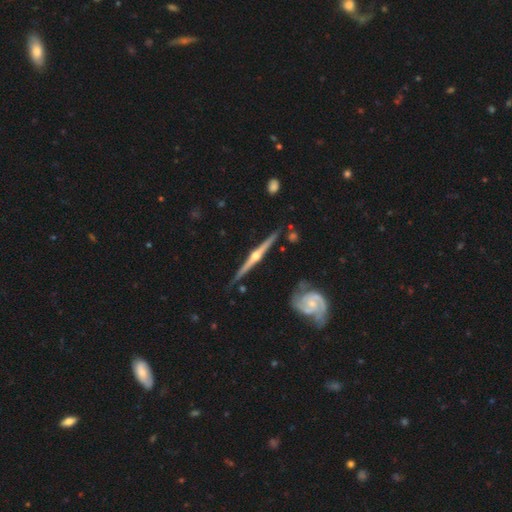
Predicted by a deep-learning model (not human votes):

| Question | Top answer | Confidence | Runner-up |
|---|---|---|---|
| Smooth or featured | featured or disk | 88% | smooth (8%) |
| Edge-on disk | yes | 98% | no (2%) |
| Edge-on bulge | rounded | 95% | none (3%) |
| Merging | none | 86% | minor disturbance (9%) |